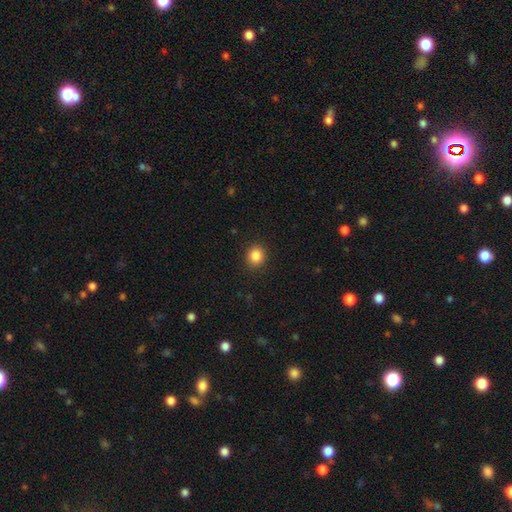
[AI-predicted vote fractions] The model was most divided on "how rounded": round: 81%, in between: 18%, cigar-shaped: 1%. More confident: merging — none (90%); smooth or featured — smooth (86%).